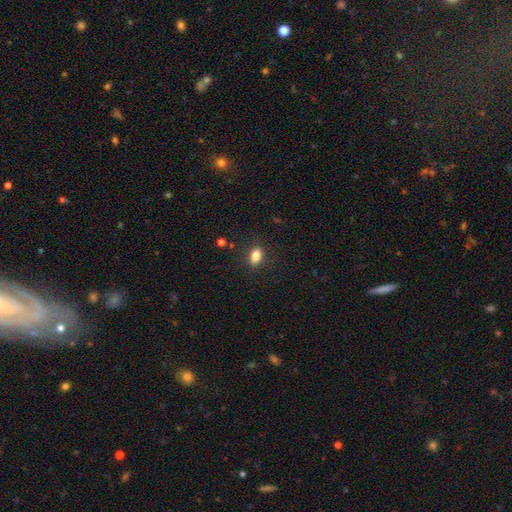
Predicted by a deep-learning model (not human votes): This is clearly a smooth galaxy (83%). How rounded: clearly in between (83%). Merging: clearly none (87%).